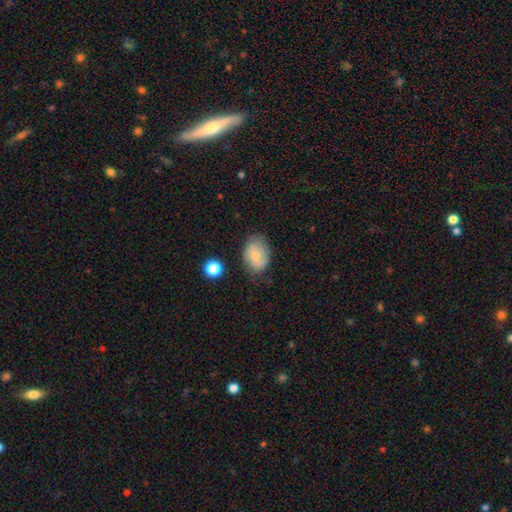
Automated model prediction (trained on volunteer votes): A smooth galaxy with no disk features (68%) that is in between round and cigar-shaped (76%).

Vote fractions:
- Smooth or featured? smooth: 68% / featured or disk: 24% / star or artifact: 8%
- How rounded? in between: 76% / round: 22% / cigar-shaped: 1%
- Merging? none: 70% / minor disturbance: 22% / major disturbance: 5% / merger: 2%